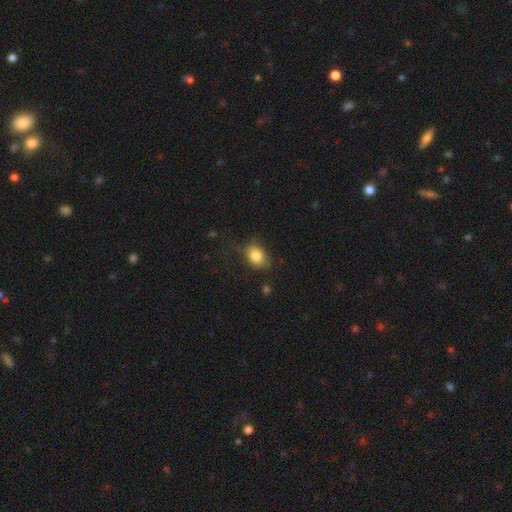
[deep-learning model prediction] This appears to be a smooth galaxy with no disk features (82%) that is in between round and cigar-shaped (66%). Merging: none (66%).